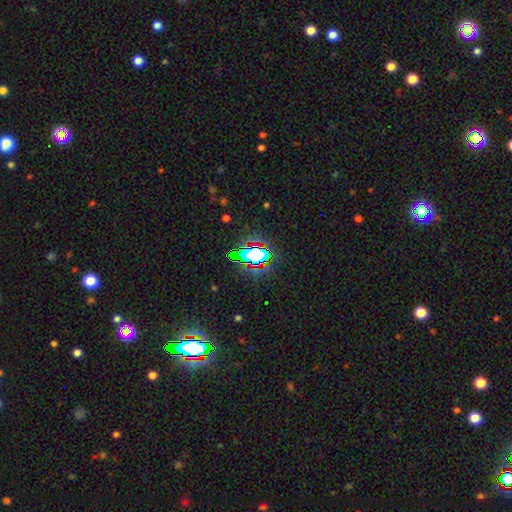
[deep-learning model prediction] Morphology: type=star or artifact (64%).